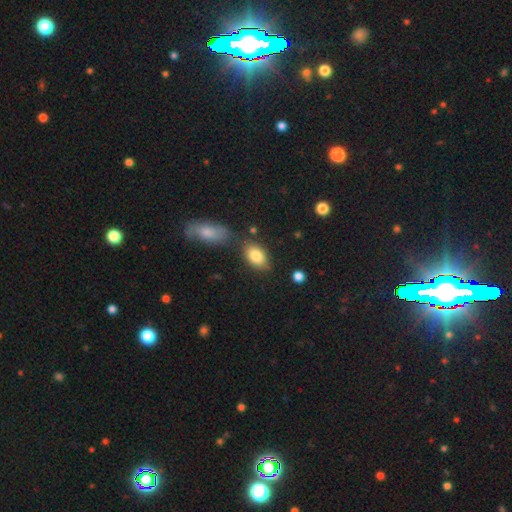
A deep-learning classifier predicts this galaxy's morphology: This is clearly a smooth galaxy (83%). How rounded: clearly in between (89%). Merging: likely none (73%).